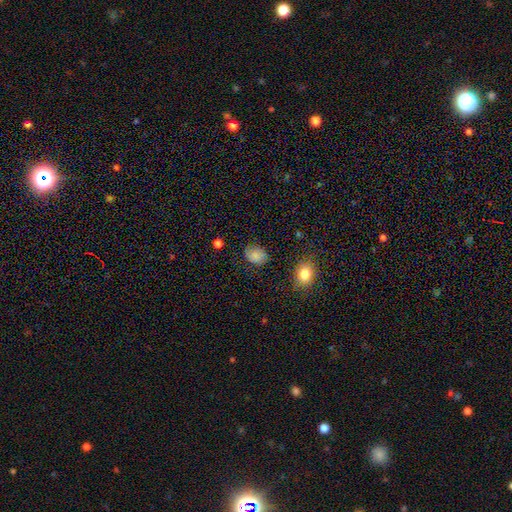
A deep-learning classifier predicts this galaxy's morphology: A smooth galaxy with no disk features (80%) that is in between round and cigar-shaped (54%). Merging: none (74%).